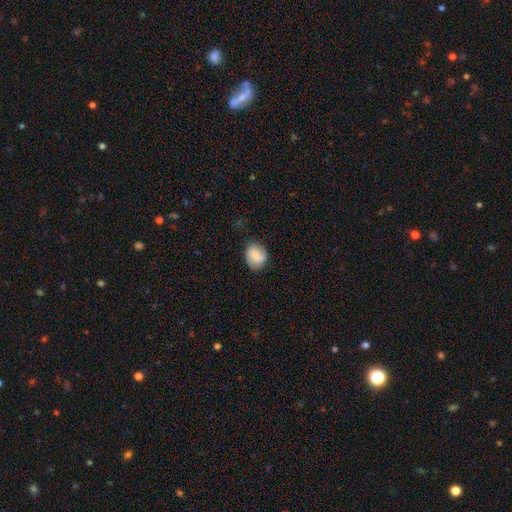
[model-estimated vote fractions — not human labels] This is likely a smooth galaxy (67%). How rounded: possibly round (53%). Merging: likely none (71%).